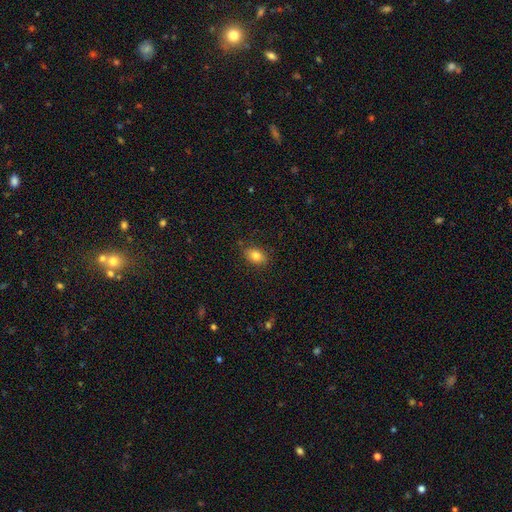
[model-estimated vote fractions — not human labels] Q: Smooth or featured?
A: smooth (81%); runner-up: star or artifact (9%)
Q: How rounded?
A: in between (83%); runner-up: round (15%)
Q: Merging?
A: none (85%); runner-up: minor disturbance (11%)